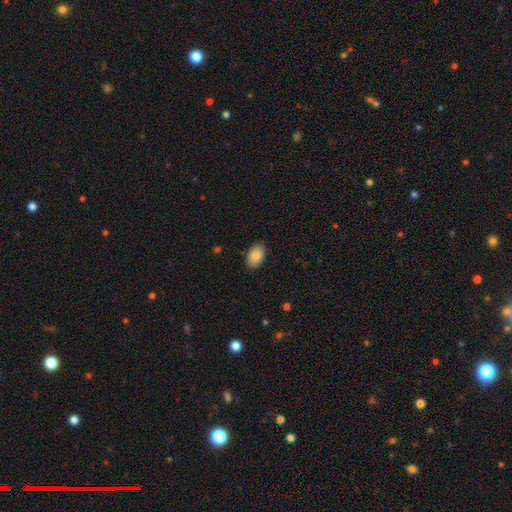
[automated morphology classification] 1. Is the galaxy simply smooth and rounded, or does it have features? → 85% smooth, 8% featured or disk, 7% star or artifact.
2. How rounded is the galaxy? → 91% in between, 8% round, 1% cigar-shaped.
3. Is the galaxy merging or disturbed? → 87% none, 10% minor disturbance, 2% major disturbance, 1% merger.